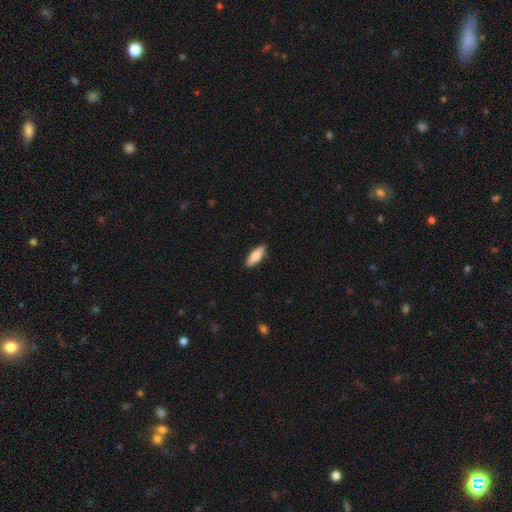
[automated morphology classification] This appears to be a smooth galaxy with no disk features (75%) that is in between round and cigar-shaped (57%). Merging: none (89%).